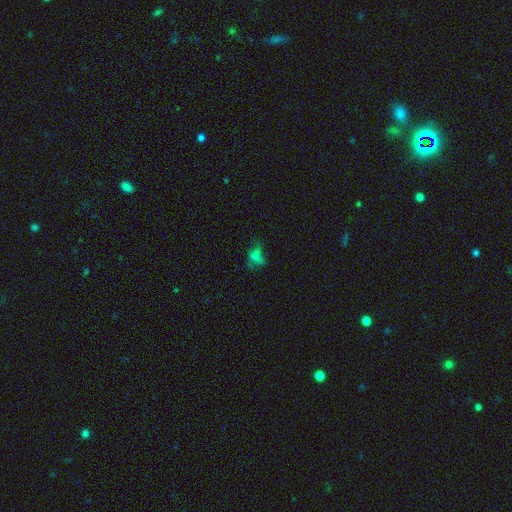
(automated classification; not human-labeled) Overall: smooth (56%; featured or disk 23%). How rounded: in between (76%). Merging: major disturbance (39%; none 34%).